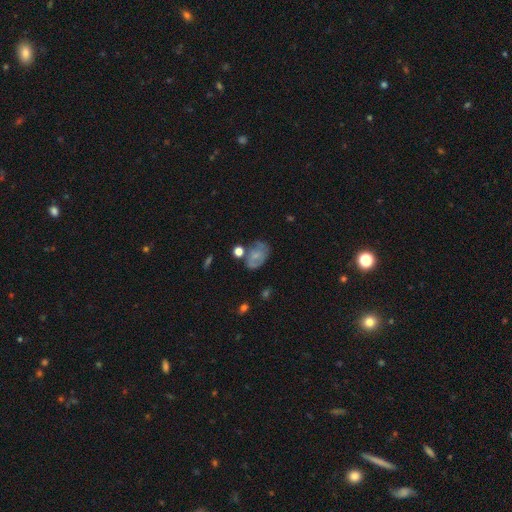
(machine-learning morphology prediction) Smooth or featured? Predicted: smooth (p=0.55). How rounded? Predicted: in between (p=0.78). Merging? Predicted: none (p=0.49).